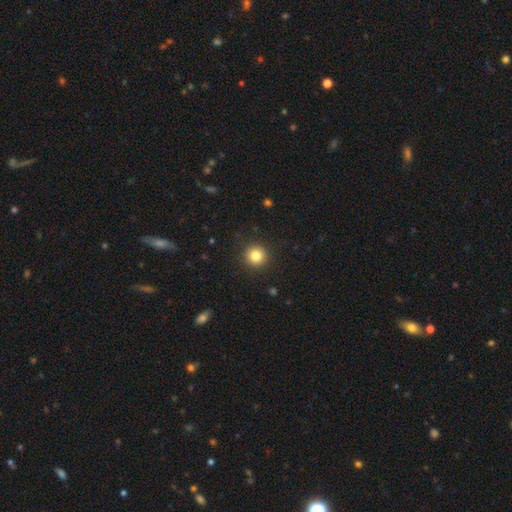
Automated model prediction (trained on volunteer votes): Q: Smooth or featured?
A: smooth (82%); runner-up: star or artifact (11%)
Q: How rounded?
A: round (95%); runner-up: in between (4%)
Q: Merging?
A: none (92%); runner-up: minor disturbance (5%)